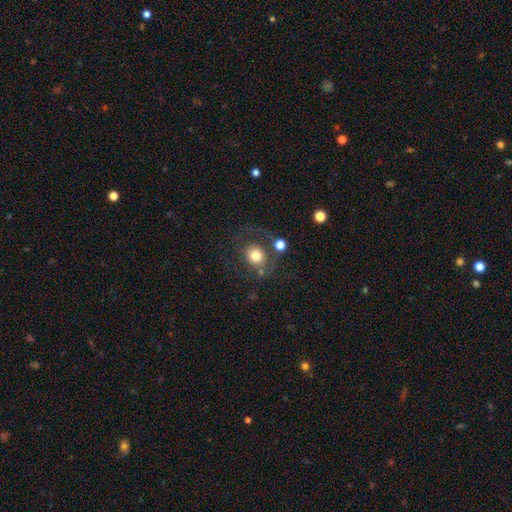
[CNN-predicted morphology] type=smooth (73%); roundness=round (75%); merging=none (60%).